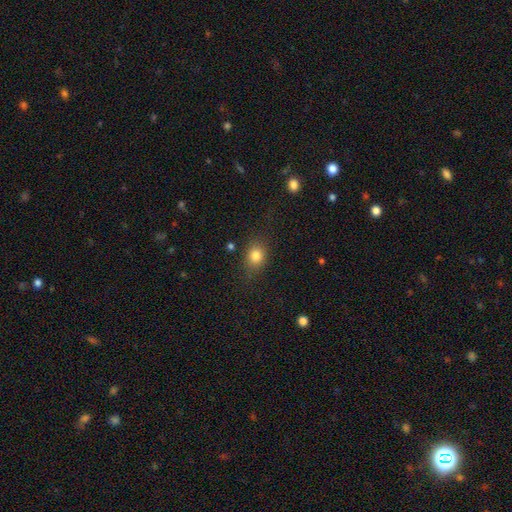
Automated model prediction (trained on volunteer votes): This appears to be a smooth galaxy with no disk features (81%) that is round (51%). Merging: none (78%).